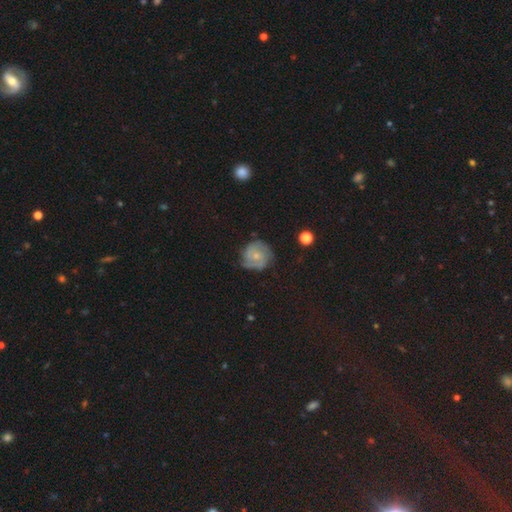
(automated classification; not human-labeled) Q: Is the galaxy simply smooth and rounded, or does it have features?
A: featured or disk — 70%.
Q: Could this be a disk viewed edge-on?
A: no — 98%.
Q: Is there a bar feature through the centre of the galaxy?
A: no — 72%.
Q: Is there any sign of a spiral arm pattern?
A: yes — 91%.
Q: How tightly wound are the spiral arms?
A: tight — 56%.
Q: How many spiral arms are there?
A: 2 — 48%.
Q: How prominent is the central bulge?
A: small — 59%.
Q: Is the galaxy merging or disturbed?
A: none — 69%.